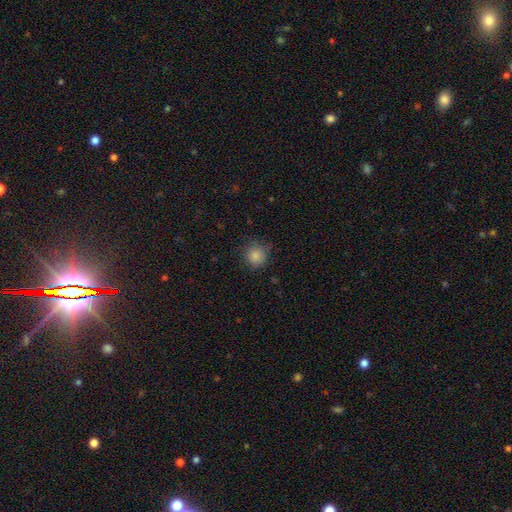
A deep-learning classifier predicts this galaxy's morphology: smooth-or-featured: smooth: 84% | star or artifact: 11% | featured or disk: 5%
  how-rounded: round: 91% | in between: 8% | cigar-shaped: 1%
  merging: none: 80% | minor disturbance: 15% | major disturbance: 4% | merger: 1%